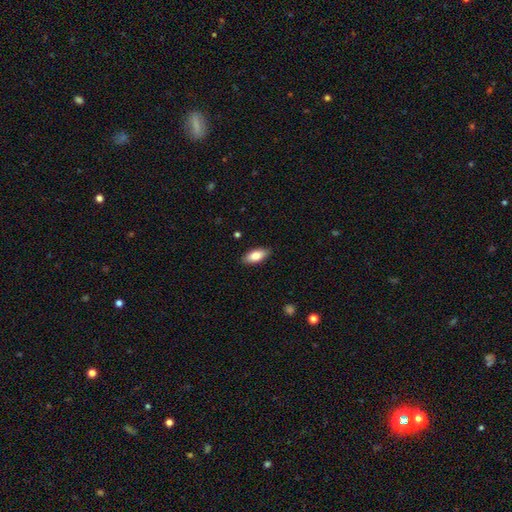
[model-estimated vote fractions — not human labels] Smooth or featured: smooth — 81% (featured or disk — 13%)
How rounded: in between — 86% (cigar-shaped — 12%)
Merging: none — 89% (minor disturbance — 9%)